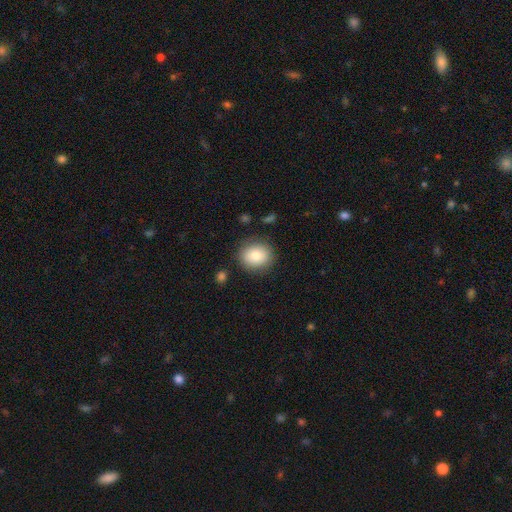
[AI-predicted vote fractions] Smooth or featured: smooth — 79% (featured or disk — 12%)
How rounded: round — 76% (in between — 23%)
Merging: none — 85% (minor disturbance — 10%)